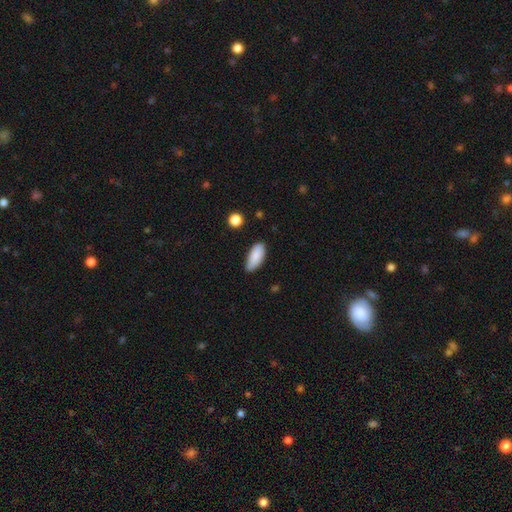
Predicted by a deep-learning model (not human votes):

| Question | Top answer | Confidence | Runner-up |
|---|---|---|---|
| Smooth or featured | smooth | 87% | star or artifact (6%) |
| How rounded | in between | 85% | cigar-shaped (14%) |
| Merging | none | 74% | minor disturbance (21%) |